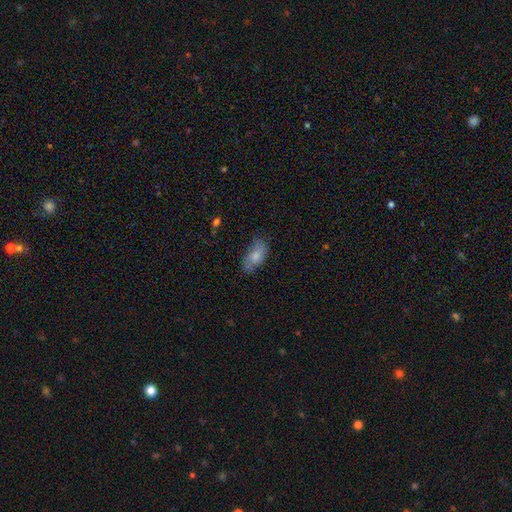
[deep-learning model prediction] Smooth or featured? Predicted: smooth (p=0.71). How rounded? Predicted: in between (p=0.90). Merging? Predicted: none (p=0.60).